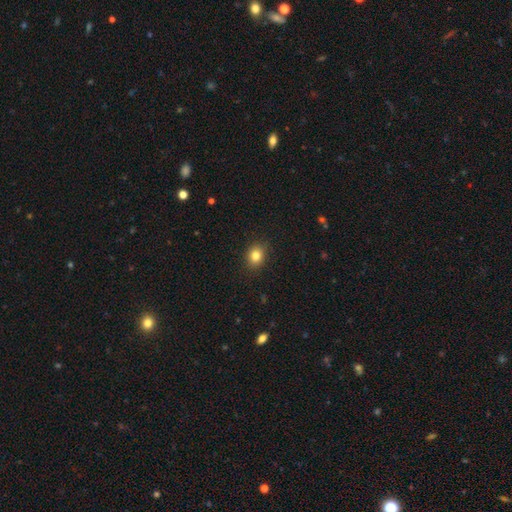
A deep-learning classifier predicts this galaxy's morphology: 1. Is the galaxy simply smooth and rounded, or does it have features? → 83% smooth, 11% star or artifact, 7% featured or disk.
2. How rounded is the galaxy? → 56% round, 43% in between, 1% cigar-shaped.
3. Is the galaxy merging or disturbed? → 88% none, 8% minor disturbance, 2% major disturbance, 1% merger.